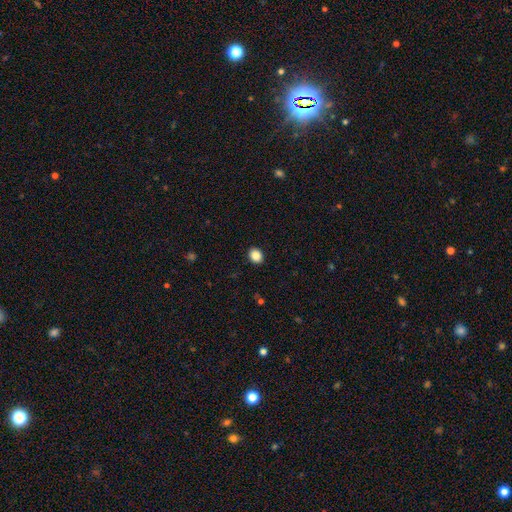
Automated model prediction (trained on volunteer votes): This is clearly a smooth galaxy (87%). How rounded: possibly round (60%). Merging: clearly none (92%).